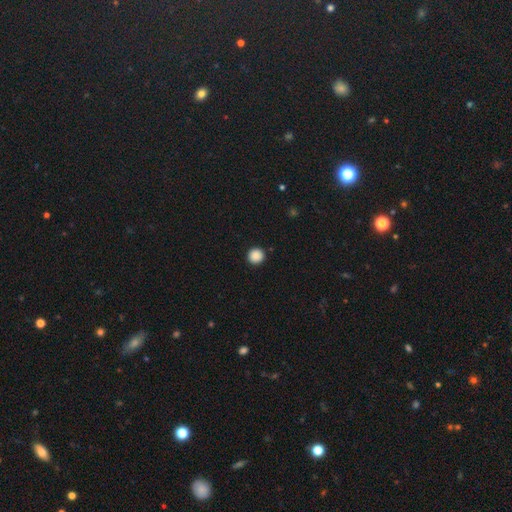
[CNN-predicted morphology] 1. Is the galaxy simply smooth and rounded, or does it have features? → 88% smooth, 10% star or artifact, 2% featured or disk.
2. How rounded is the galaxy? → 95% round, 4% in between, 1% cigar-shaped.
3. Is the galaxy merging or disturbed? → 92% none, 5% minor disturbance, 2% major disturbance, 1% merger.